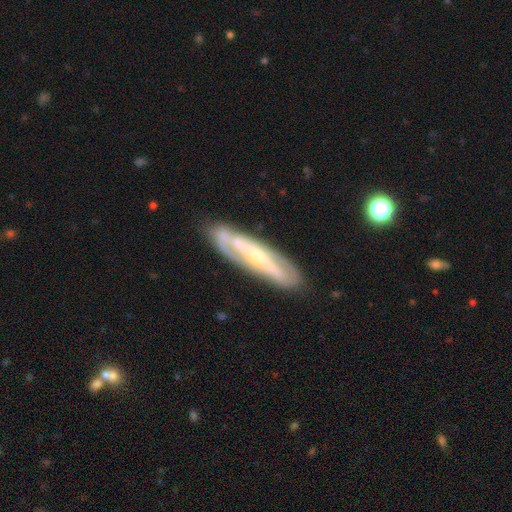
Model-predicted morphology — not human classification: featured or disk 77%, smooth 17%, star or artifact 5%. Down the decision tree: edge-on disk — no (68%); bar — strong (39%); spiral arms — yes (79%); bulge size — small (58%); merging — none (80%).